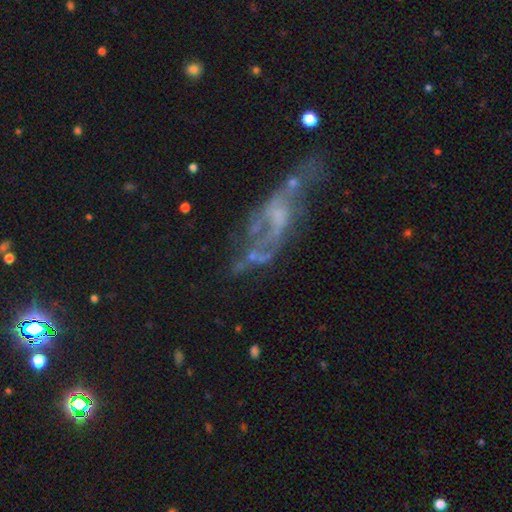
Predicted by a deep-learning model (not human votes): This is possibly a featured or disk galaxy (58%). It is clearly not viewed edge-on (93%). Bar: likely no (80%). Spiral arm pattern: likely no (72%). Central bulge: likely none (64%). Merging: marginally major disturbance (35%).